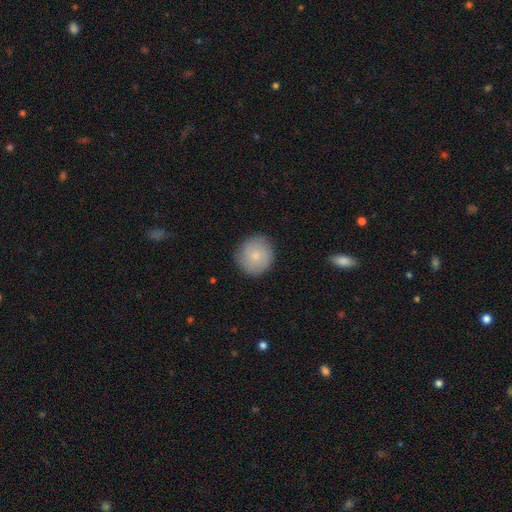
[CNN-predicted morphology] type=smooth (79%); roundness=round (90%); merging=none (86%).